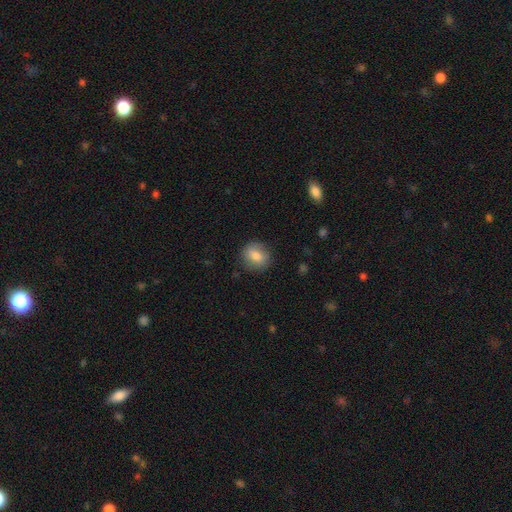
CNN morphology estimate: Smooth or featured? Predicted: smooth (p=0.80). How rounded? Predicted: round (p=0.71). Merging? Predicted: none (p=0.82).